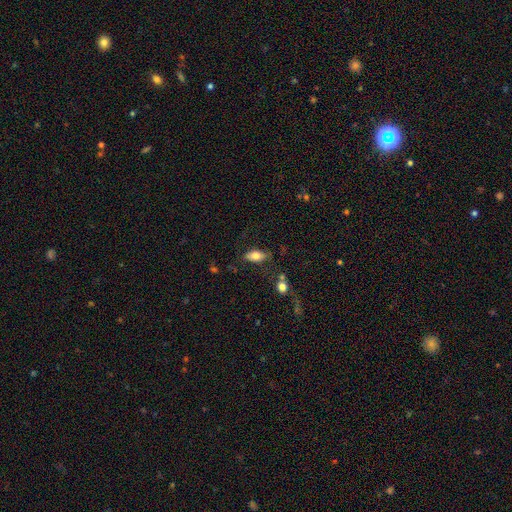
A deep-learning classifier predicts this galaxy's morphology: Q: Smooth or featured?
A: smooth (75%); runner-up: featured or disk (18%)
Q: How rounded?
A: in between (87%); runner-up: cigar-shaped (9%)
Q: Merging?
A: none (73%); runner-up: minor disturbance (17%)